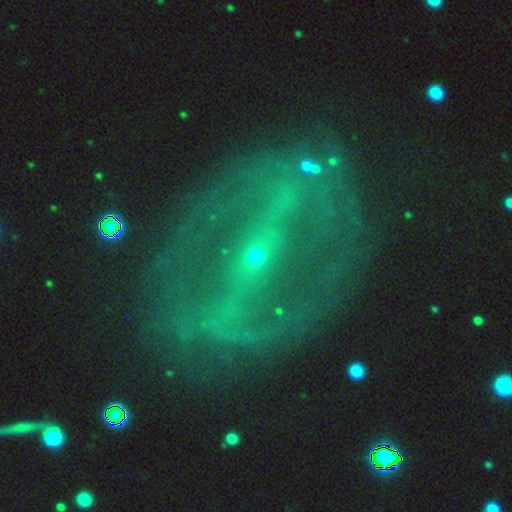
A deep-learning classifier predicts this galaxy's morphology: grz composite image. It shows a featured or disk galaxy (81%) with a strong bar (53%), 2 (77%) medium (43%) spiral arms (69%) and a small central bulge (81%). Merging: none (70%).